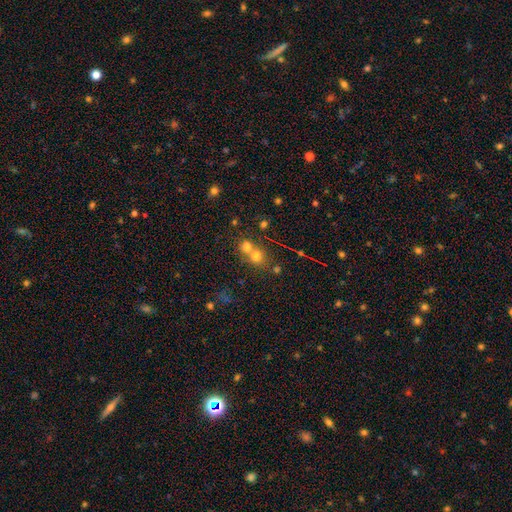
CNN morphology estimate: A smooth galaxy with no disk features (66%) that is round (80%). Merging: merger (54%).